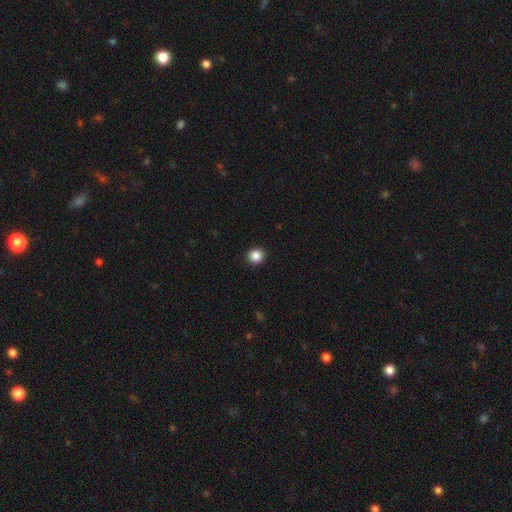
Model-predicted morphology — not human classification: smooth-or-featured: smooth: 86% | star or artifact: 11% | featured or disk: 3%
  how-rounded: round: 94% | in between: 5% | cigar-shaped: 1%
  merging: none: 93% | minor disturbance: 4% | major disturbance: 1% | merger: 1%